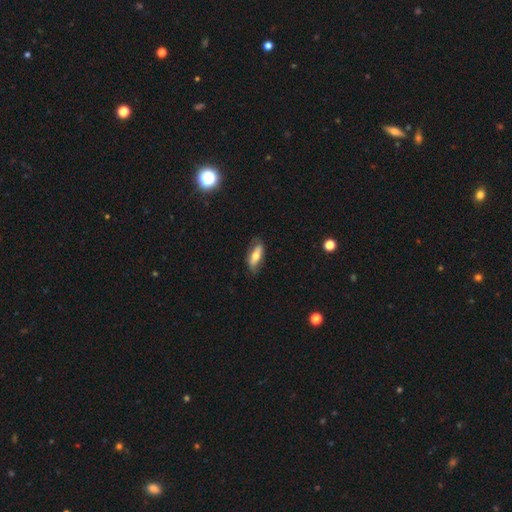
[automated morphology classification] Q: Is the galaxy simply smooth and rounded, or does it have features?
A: smooth — 58%.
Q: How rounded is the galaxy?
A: in between — 71%.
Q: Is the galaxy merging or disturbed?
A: none — 75%.